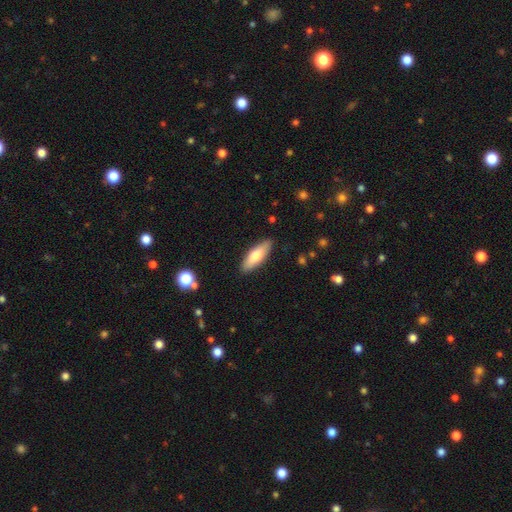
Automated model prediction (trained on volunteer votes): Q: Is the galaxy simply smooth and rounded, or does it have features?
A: smooth — 70%.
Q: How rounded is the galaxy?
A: in between — 55%.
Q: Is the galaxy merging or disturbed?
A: none — 88%.